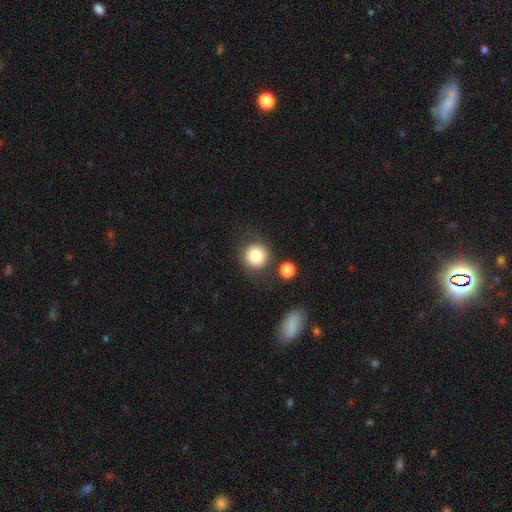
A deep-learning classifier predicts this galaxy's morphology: This appears to be a smooth galaxy with no disk features (81%) that is round (92%). Merging: none (80%).